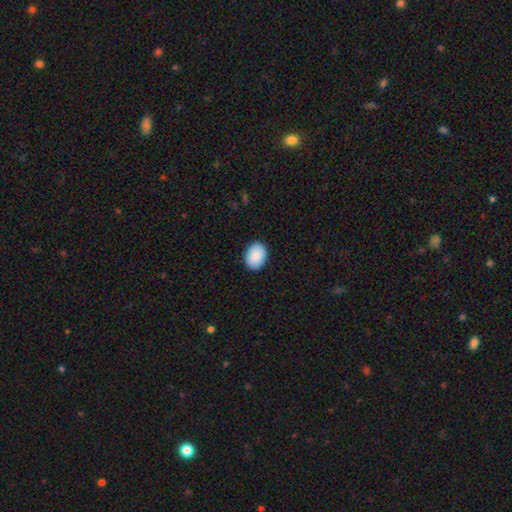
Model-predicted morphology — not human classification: A smooth galaxy with no disk features (89%) that is in between round and cigar-shaped (71%). Merging: none (89%).